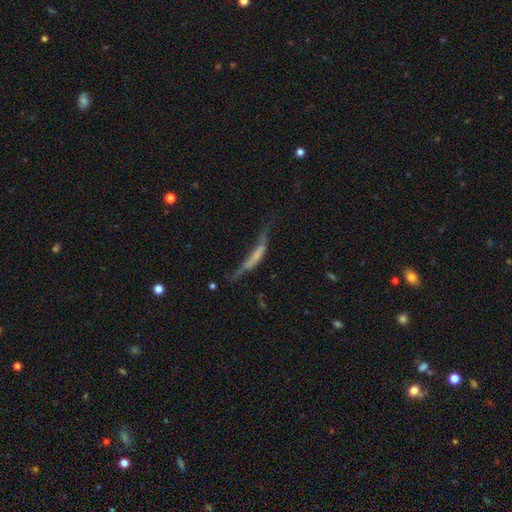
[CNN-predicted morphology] A smooth galaxy with no disk features (45%).

Vote fractions:
- Smooth or featured? smooth: 45% / featured or disk: 44% / star or artifact: 11%
- Merging? major disturbance: 44% / none: 26% / minor disturbance: 22% / merger: 8%